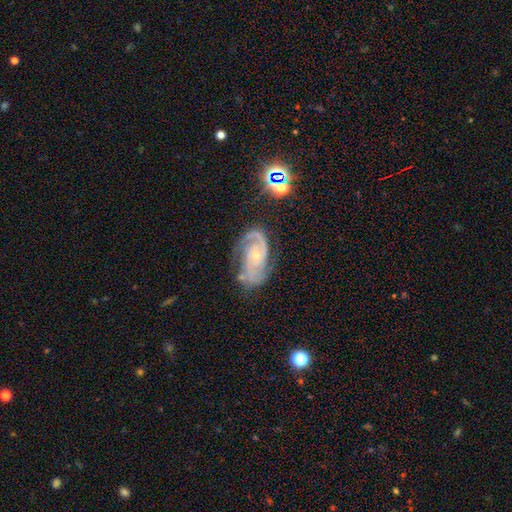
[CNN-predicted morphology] type=featured or disk (88%); edge-on=no (97%); bar=no (68%); spiral arms=yes (98%); winding=tight (45%, tied with medium); arm count=2 (74%); bulge=small (72%); merging=none (66%).